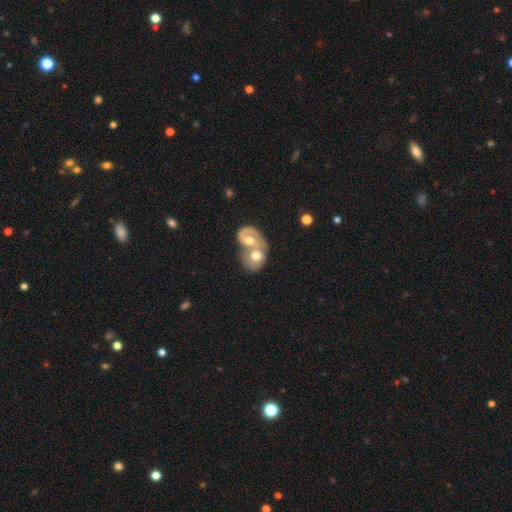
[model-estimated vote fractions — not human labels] smooth-or-featured: featured or disk: 52% | smooth: 42% | star or artifact: 6%
  disk-edge-on: no: 96% | yes: 4%
    bar: no: 74% | weak: 21% | strong: 5%
    has-spiral-arms: yes: 53% | no: 47%
    bulge-size: moderate: 70% | large: 15% | small: 10% | none: 3% | dominant: 2%
  merging: merger: 81% | none: 10% | major disturbance: 5% | minor disturbance: 4%